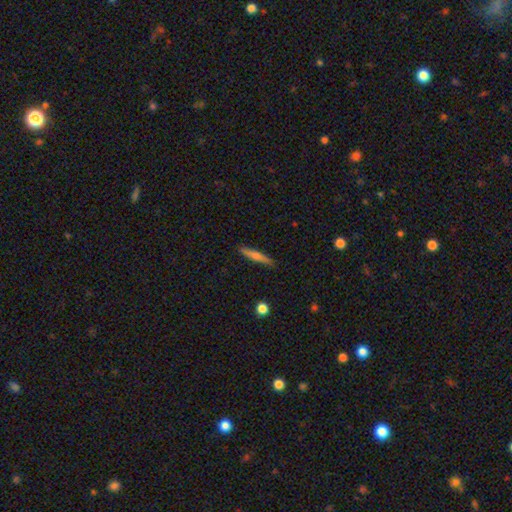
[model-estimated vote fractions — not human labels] Morphology: type=smooth (57%); roundness=cigar-shaped (92%); merging=none (88%).